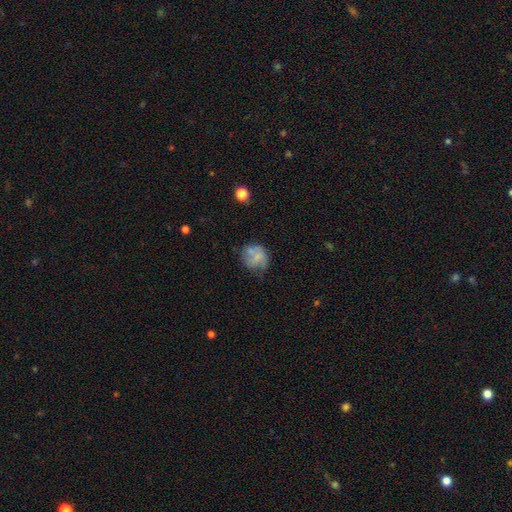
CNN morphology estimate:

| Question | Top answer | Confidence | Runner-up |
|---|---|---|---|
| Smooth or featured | smooth | 54% | featured or disk (37%) |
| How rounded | round | 73% | in between (26%) |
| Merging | none | 46% | minor disturbance (28%) |